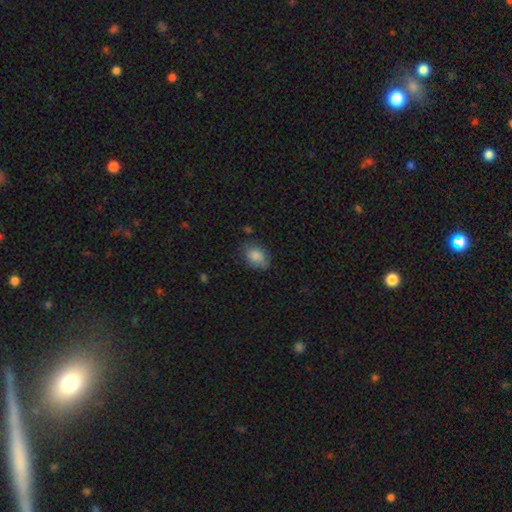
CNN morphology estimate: Smooth or featured?
  - smooth: 84% *
  - featured or disk: 8%
  - star or artifact: 8%
How rounded?
  - in between: 73% *
  - round: 26%
  - cigar-shaped: 1%
Merging?
  - none: 69% *
  - minor disturbance: 23%
  - major disturbance: 6%
  - merger: 2%